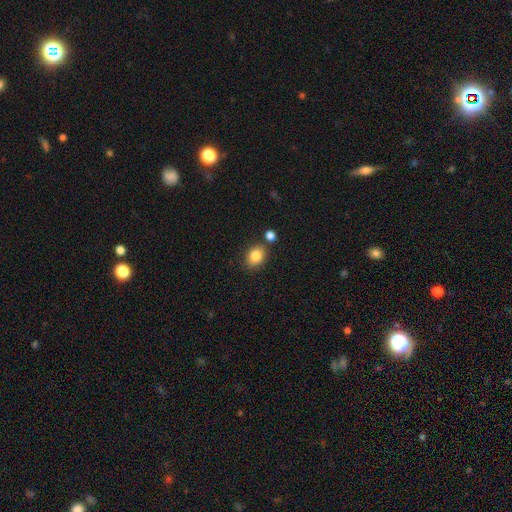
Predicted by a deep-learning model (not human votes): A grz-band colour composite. It shows a smooth galaxy with no disk features (84%) that is in between round and cigar-shaped (56%). Merging: none (77%).